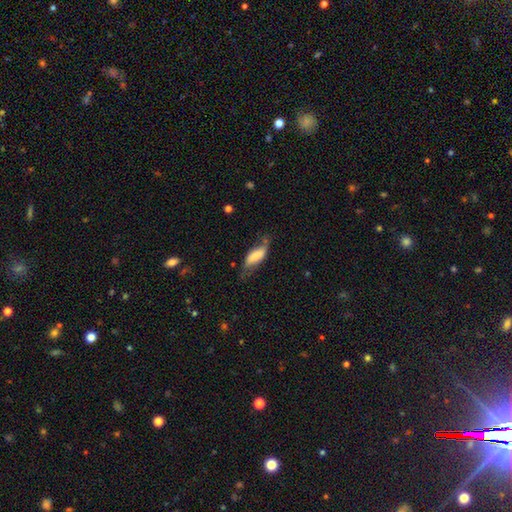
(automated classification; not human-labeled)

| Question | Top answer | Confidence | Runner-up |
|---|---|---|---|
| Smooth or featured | smooth | 57% | featured or disk (36%) |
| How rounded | in between | 74% | cigar-shaped (23%) |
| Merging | none | 45% | minor disturbance (33%) |